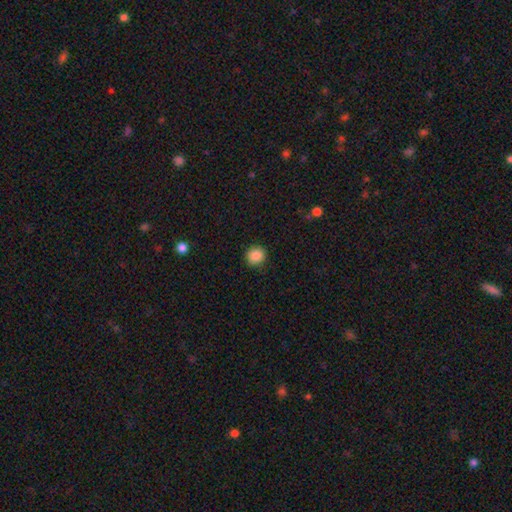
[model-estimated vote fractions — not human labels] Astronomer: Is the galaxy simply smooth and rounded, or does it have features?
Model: smooth — 87%.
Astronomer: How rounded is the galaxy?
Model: round — 89%.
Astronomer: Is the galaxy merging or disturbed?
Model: none — 90%.